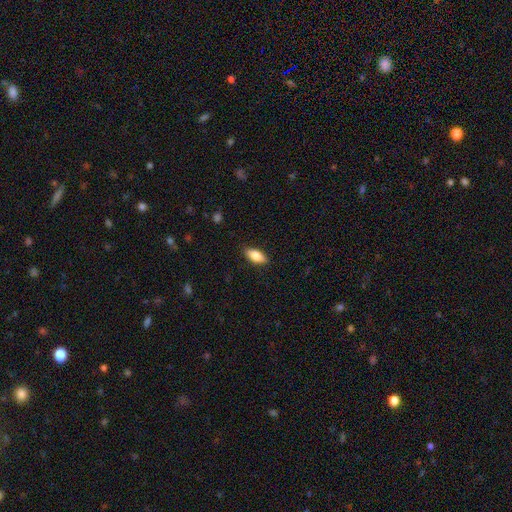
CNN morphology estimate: This appears to be a smooth galaxy with no disk features (78%) that is in between round and cigar-shaped (83%). Merging: none (86%).